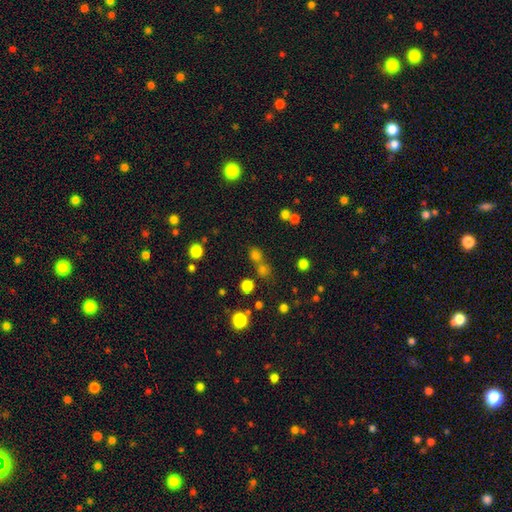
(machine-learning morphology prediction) Q: Smooth or featured?
A: smooth (68%); runner-up: star or artifact (25%)
Q: How rounded?
A: round (77%); runner-up: in between (21%)
Q: Merging?
A: none (57%); runner-up: merger (30%)